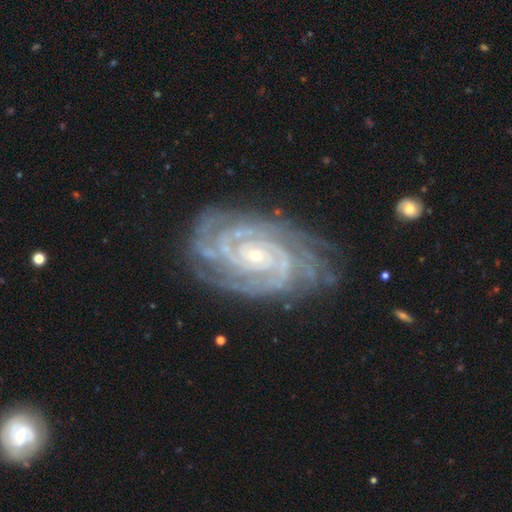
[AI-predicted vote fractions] Q: Smooth or featured?
A: featured or disk (92%); runner-up: star or artifact (5%)
Q: Edge-on disk?
A: no (97%); runner-up: yes (3%)
Q: Bar?
A: no (64%); runner-up: weak (25%)
Q: Spiral arms?
A: yes (98%); runner-up: no (2%)
Q: Spiral winding?
A: tight (79%); runner-up: medium (18%)
Q: Spiral arm count?
A: 4 (22%); runner-up: 2 (21%)
Q: Bulge size?
A: small (79%); runner-up: moderate (17%)
Q: Merging?
A: none (76%); runner-up: minor disturbance (17%)